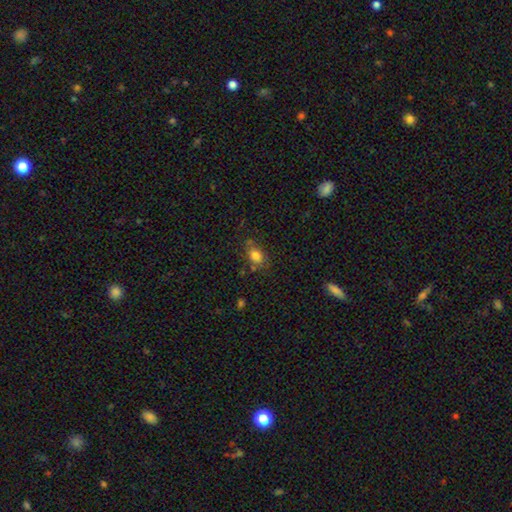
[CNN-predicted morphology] Q: Smooth or featured?
A: smooth (78%); runner-up: featured or disk (12%)
Q: How rounded?
A: in between (75%); runner-up: round (23%)
Q: Merging?
A: none (64%); runner-up: minor disturbance (22%)